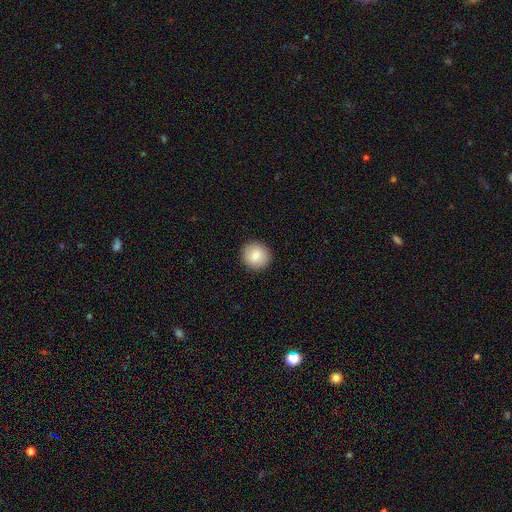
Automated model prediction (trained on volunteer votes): A smooth galaxy with no disk features (83%) that is round (90%).

Vote fractions:
- Smooth or featured? smooth: 83% / featured or disk: 9% / star or artifact: 8%
- How rounded? round: 90% / in between: 9% / cigar-shaped: 1%
- Merging? none: 92% / minor disturbance: 6% / major disturbance: 2% / merger: 1%